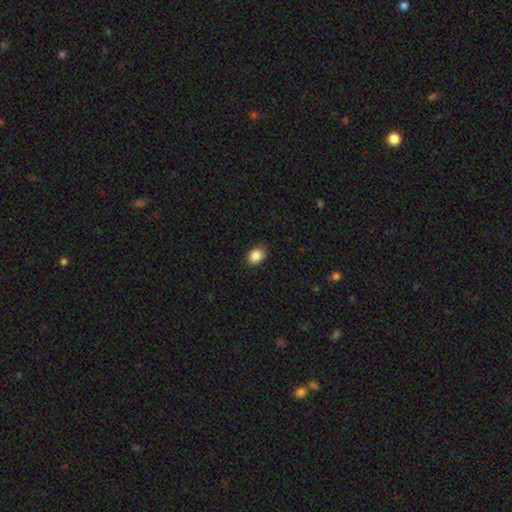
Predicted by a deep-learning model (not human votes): A smooth galaxy with no disk features (87%) that is in between round and cigar-shaped (67%).

Vote fractions:
- Smooth or featured? smooth: 87% / star or artifact: 9% / featured or disk: 5%
- How rounded? in between: 67% / round: 32% / cigar-shaped: 1%
- Merging? none: 87% / minor disturbance: 10% / major disturbance: 2% / merger: 1%